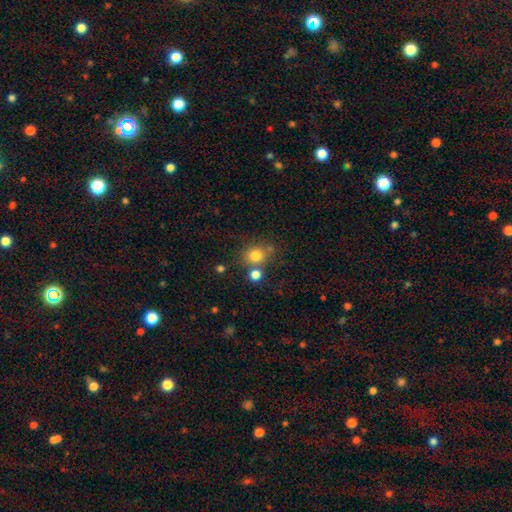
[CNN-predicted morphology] Q: Smooth or featured?
A: smooth (78%); runner-up: star or artifact (13%)
Q: How rounded?
A: round (79%); runner-up: in between (20%)
Q: Merging?
A: none (66%); runner-up: merger (19%)